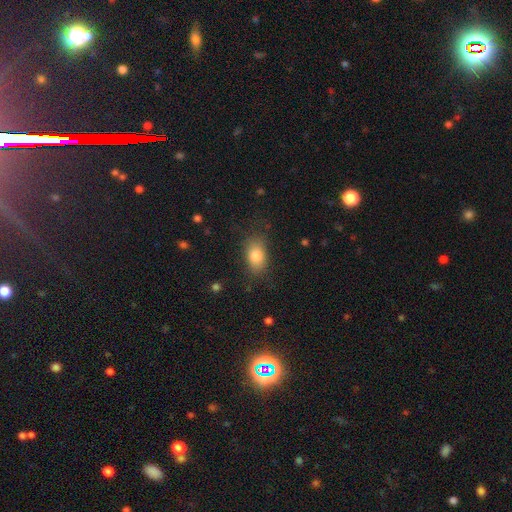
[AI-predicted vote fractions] The model was most divided on "merging": none: 76%, minor disturbance: 17%, major disturbance: 6%, merger: 1%. More confident: how rounded — in between (83%); smooth or featured — smooth (82%).